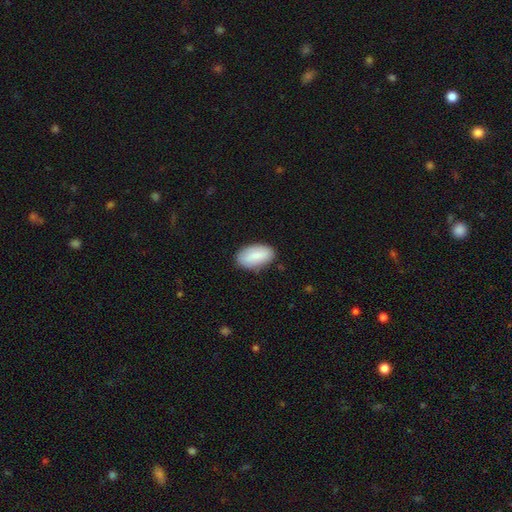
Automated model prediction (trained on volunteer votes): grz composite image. It shows a smooth galaxy with no disk features (85%) that is in between round and cigar-shaped (95%). Merging: none (82%).